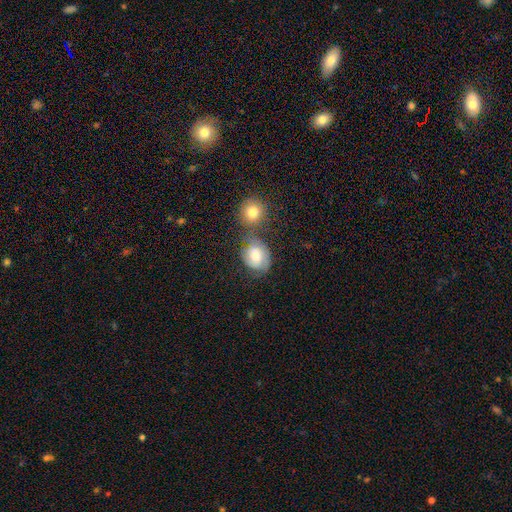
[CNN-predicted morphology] A smooth galaxy with no disk features (51%) that is round (52%).

Vote fractions:
- Smooth or featured? smooth: 51% / featured or disk: 40% / star or artifact: 9%
- How rounded? round: 52% / in between: 47% / cigar-shaped: 1%
- Merging? none: 48% / minor disturbance: 21% / merger: 21% / major disturbance: 10%